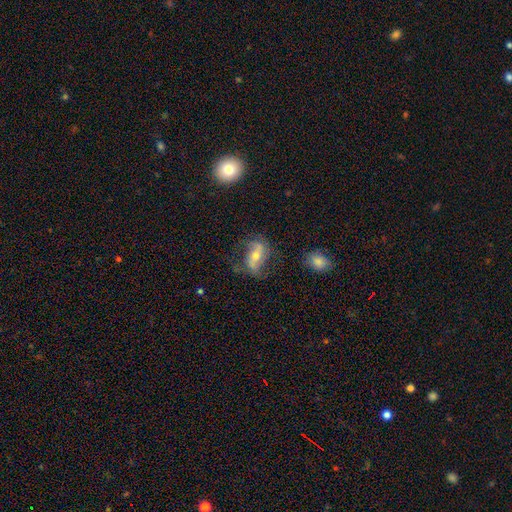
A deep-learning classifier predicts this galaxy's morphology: Smooth or featured?
  - featured or disk: 66% *
  - smooth: 24%
  - star or artifact: 9%
Edge-on disk?
  - no: 92% *
  - yes: 8%
Bar?
  - no: 35% *
  - strong: 34%
  - weak: 31%
Spiral arms?
  - yes: 83% *
  - no: 17%
Spiral winding?
  - loose: 59% *
  - medium: 29%
  - tight: 12%
Spiral arm count?
  - 2: 87% *
  - can't tell: 7%
  - 1: 3%
  - 3: 1%
  - 4: 1%
  - more than 4: 1%
Bulge size?
  - moderate: 61% *
  - small: 33%
  - large: 4%
  - none: 2%
  - dominant: 1%
Merging?
  - none: 63% *
  - minor disturbance: 21%
  - major disturbance: 13%
  - merger: 3%